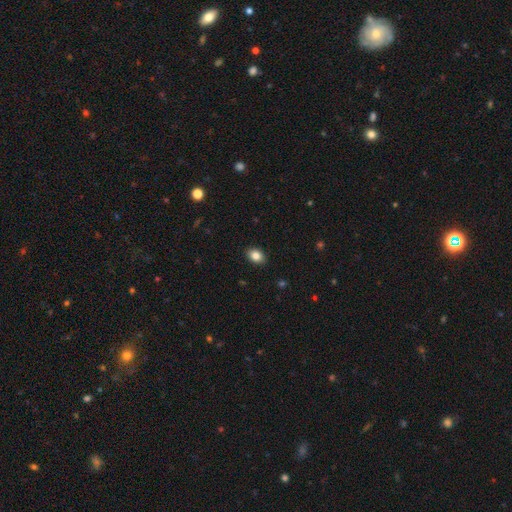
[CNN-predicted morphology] Smooth or featured?
  - smooth: 84% *
  - star or artifact: 9%
  - featured or disk: 7%
How rounded?
  - in between: 72% *
  - round: 27%
  - cigar-shaped: 1%
Merging?
  - none: 89% *
  - minor disturbance: 8%
  - major disturbance: 2%
  - merger: 1%